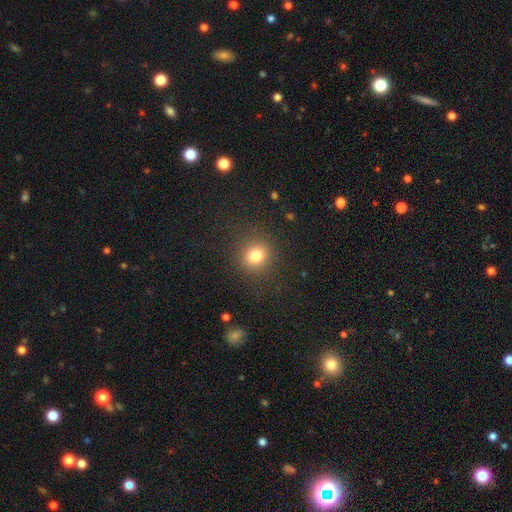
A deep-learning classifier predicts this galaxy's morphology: A smooth galaxy with no disk features (79%) that is round (83%). Merging: none (88%).